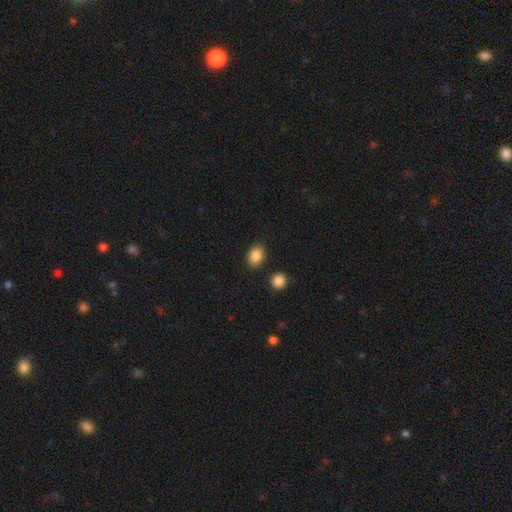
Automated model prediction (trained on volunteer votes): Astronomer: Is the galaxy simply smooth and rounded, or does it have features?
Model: smooth — 87%.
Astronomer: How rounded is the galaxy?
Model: in between — 61% (runner-up: round, 38%).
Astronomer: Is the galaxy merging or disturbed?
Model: none — 85%.